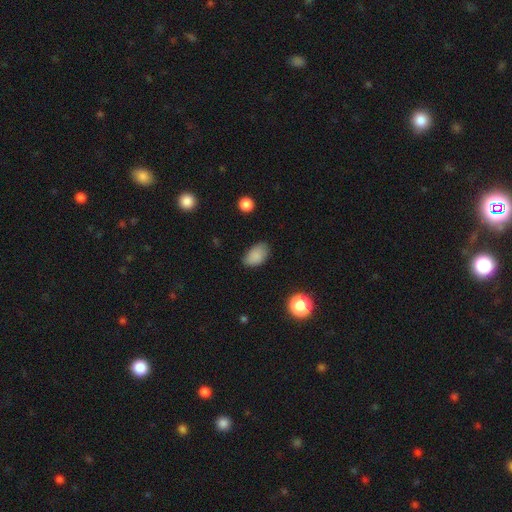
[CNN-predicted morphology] type=smooth (86%); roundness=in between (90%); merging=none (75%).